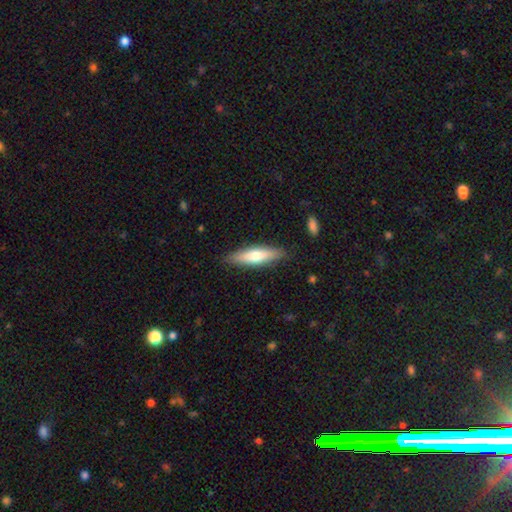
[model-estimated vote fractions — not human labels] Smooth or featured: smooth — 63% (featured or disk — 31%)
How rounded: cigar-shaped — 65% (in between — 33%)
Merging: none — 86% (minor disturbance — 11%)